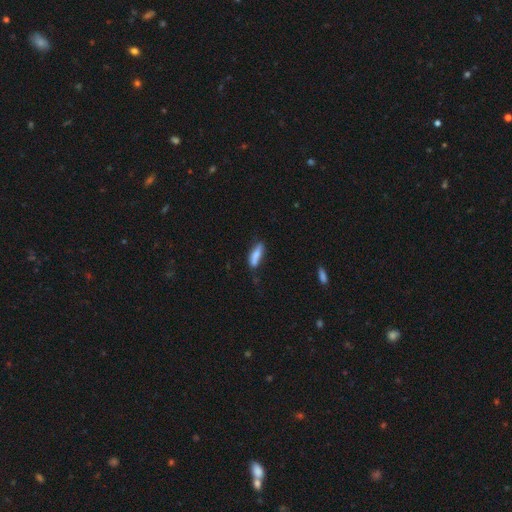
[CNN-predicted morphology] smooth_or_featured: smooth (p=0.73) [alt: featured or disk p=0.20]
how_rounded: cigar-shaped (p=0.57) [alt: in between p=0.41]
merging: none (p=0.59) [alt: minor disturbance p=0.26]